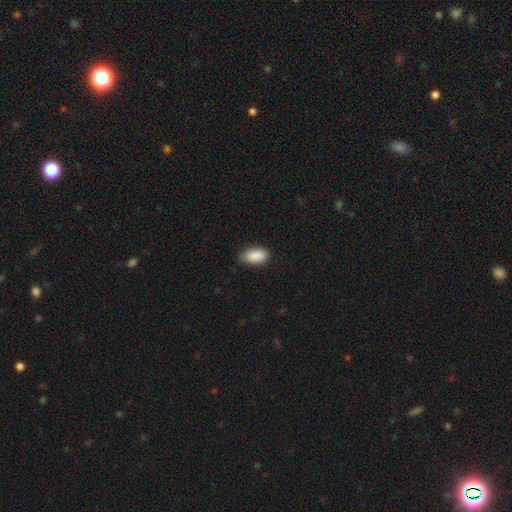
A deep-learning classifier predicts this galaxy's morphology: Smooth or featured? smooth (89%)
How rounded? in between (93%)
Merging? none (65%)